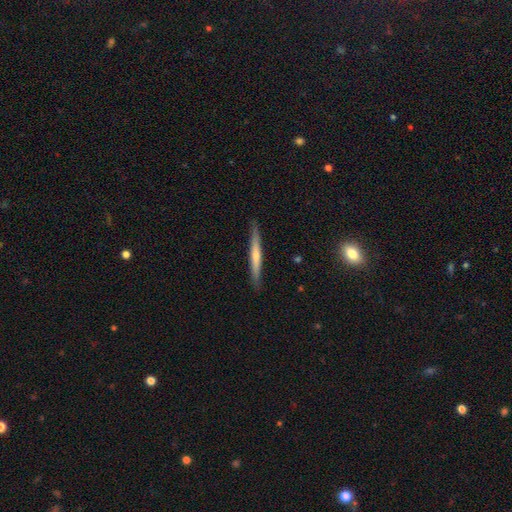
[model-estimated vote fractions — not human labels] Q: Smooth or featured?
A: featured or disk (61%); runner-up: smooth (33%)
Q: Edge-on disk?
A: yes (96%); runner-up: no (4%)
Q: Edge-on bulge?
A: rounded (60%); runner-up: none (34%)
Q: Merging?
A: none (89%); runner-up: minor disturbance (9%)